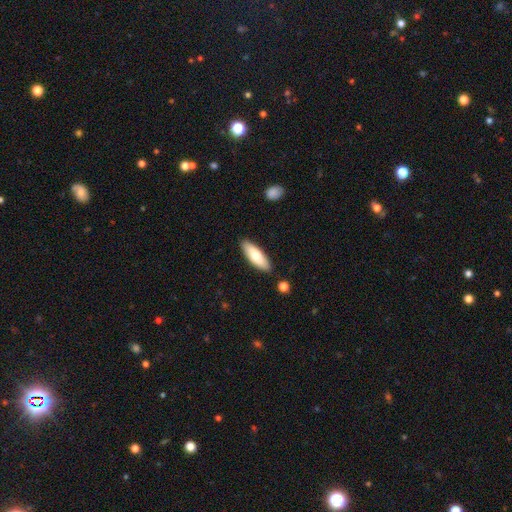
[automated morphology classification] Q: Smooth or featured?
A: smooth (74%); runner-up: featured or disk (21%)
Q: How rounded?
A: in between (58%); runner-up: cigar-shaped (40%)
Q: Merging?
A: none (87%); runner-up: minor disturbance (9%)